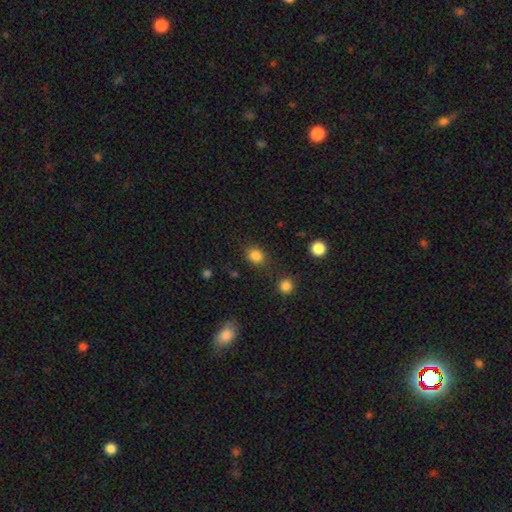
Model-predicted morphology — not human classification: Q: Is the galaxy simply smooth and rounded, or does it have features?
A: smooth — 84%.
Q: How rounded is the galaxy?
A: round — 68%.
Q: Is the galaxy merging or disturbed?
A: none — 81%.